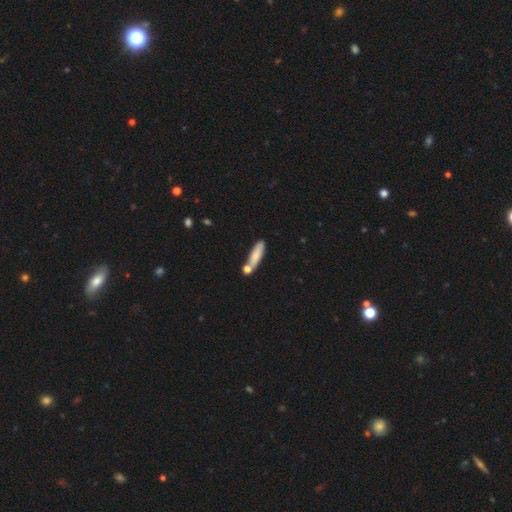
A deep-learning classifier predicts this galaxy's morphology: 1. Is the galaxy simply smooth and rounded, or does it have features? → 78% smooth, 15% featured or disk, 7% star or artifact.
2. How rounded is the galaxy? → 72% cigar-shaped, 25% in between, 2% round.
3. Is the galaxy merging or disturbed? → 60% none, 20% merger, 15% minor disturbance, 4% major disturbance.